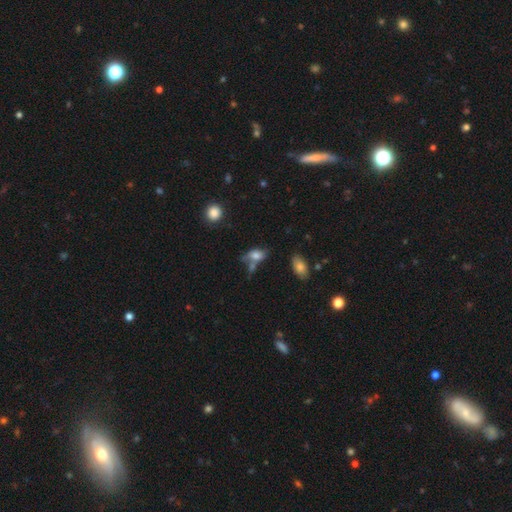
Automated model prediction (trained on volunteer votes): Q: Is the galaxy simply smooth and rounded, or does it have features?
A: smooth — 72%.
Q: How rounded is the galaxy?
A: in between — 86%.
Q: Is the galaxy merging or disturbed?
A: none — 37%.